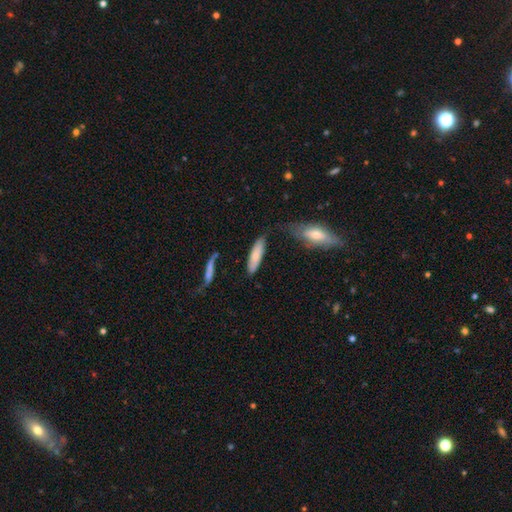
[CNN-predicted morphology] This is likely a smooth galaxy (73%). How rounded: likely cigar-shaped (61%). Merging: likely none (68%).